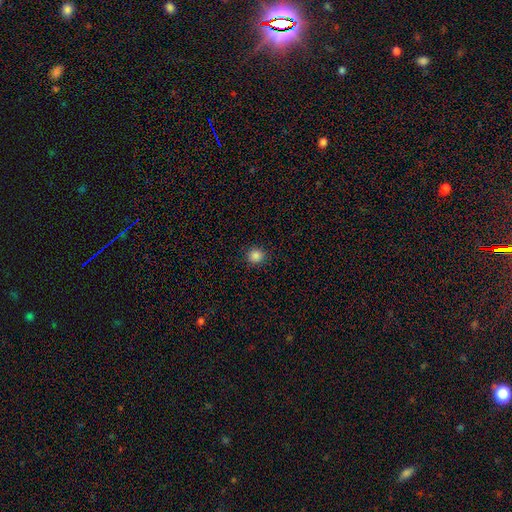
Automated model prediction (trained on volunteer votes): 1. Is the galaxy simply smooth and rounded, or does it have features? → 85% smooth, 12% star or artifact, 3% featured or disk.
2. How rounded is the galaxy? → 92% round, 7% in between, 1% cigar-shaped.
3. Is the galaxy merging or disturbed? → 92% none, 6% minor disturbance, 2% major disturbance, 1% merger.